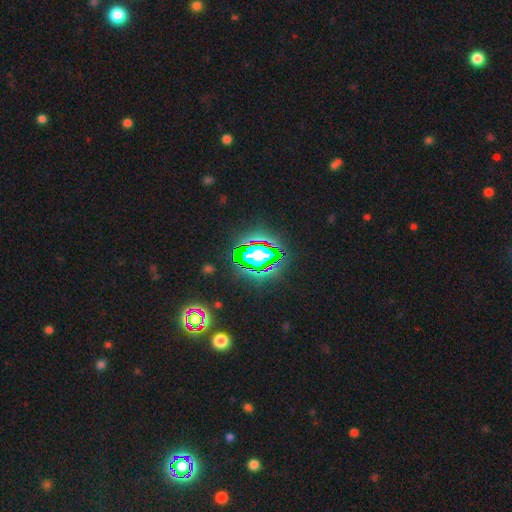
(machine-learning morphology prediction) This appears to be a star or artifact, not a galaxy (77%).